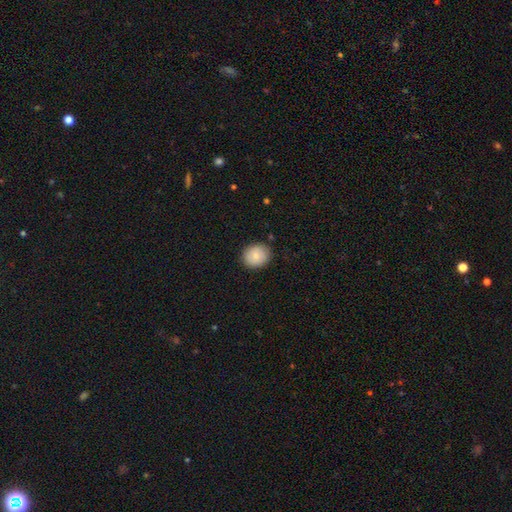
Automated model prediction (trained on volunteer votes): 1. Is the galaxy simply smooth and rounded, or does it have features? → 83% smooth, 10% featured or disk, 7% star or artifact.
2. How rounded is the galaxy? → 71% round, 28% in between, 1% cigar-shaped.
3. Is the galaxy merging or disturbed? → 86% none, 10% minor disturbance, 2% major disturbance, 1% merger.